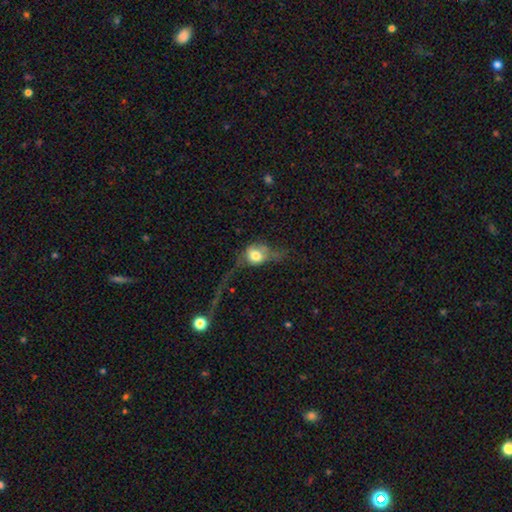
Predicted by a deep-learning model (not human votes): This appears to be a smooth galaxy with no disk features (55%) that is round (53%). Merging: major disturbance (50%).